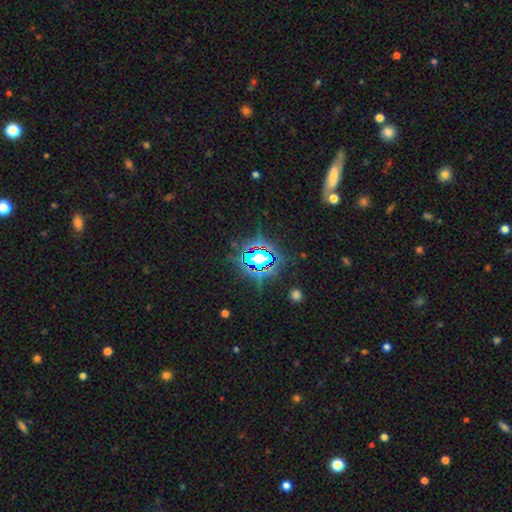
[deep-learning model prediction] Morphology: type=star or artifact (74%).